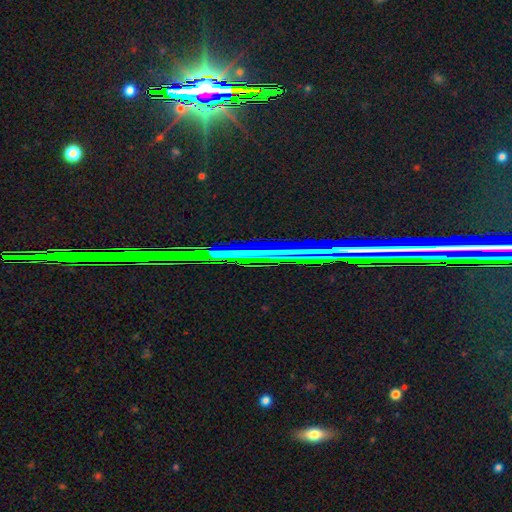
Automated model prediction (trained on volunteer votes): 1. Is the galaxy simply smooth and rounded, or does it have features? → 80% star or artifact, 12% featured or disk, 8% smooth.